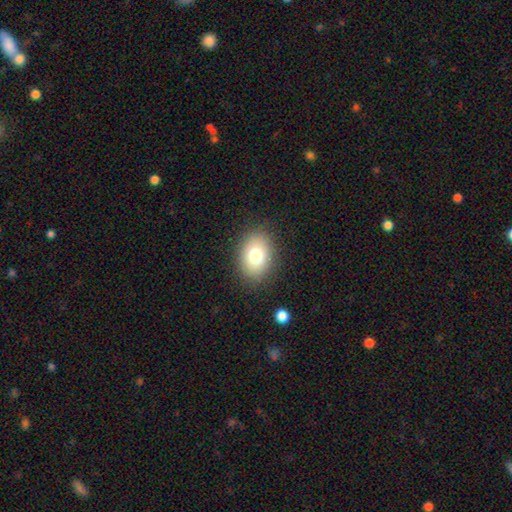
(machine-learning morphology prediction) Q: Smooth or featured?
A: smooth (76%); runner-up: featured or disk (13%)
Q: How rounded?
A: in between (71%); runner-up: round (28%)
Q: Merging?
A: none (86%); runner-up: minor disturbance (9%)